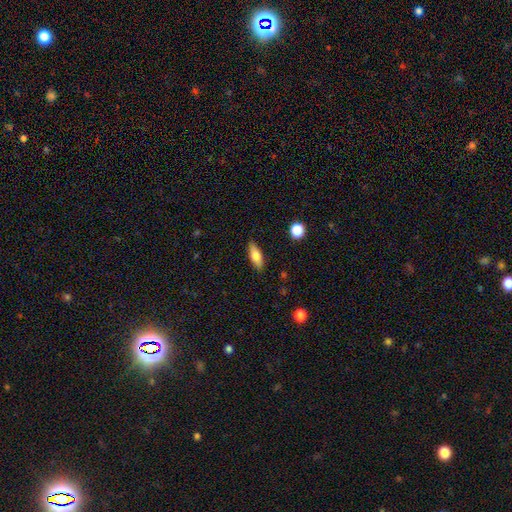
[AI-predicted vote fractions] A smooth galaxy with no disk features (73%) that is in between round and cigar-shaped (63%).

Vote fractions:
- Smooth or featured? smooth: 73% / featured or disk: 20% / star or artifact: 7%
- How rounded? in between: 63% / cigar-shaped: 33% / round: 3%
- Merging? none: 86% / minor disturbance: 10% / major disturbance: 2% / merger: 1%